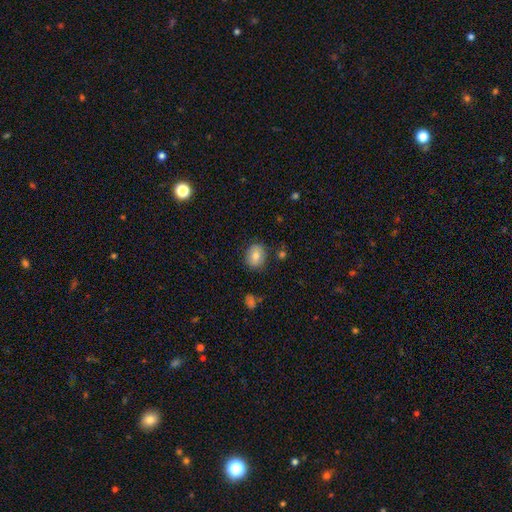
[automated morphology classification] Smooth or featured?
  - smooth: 78% *
  - featured or disk: 13%
  - star or artifact: 9%
How rounded?
  - round: 55% *
  - in between: 44%
  - cigar-shaped: 1%
Merging?
  - none: 83% *
  - minor disturbance: 12%
  - major disturbance: 3%
  - merger: 2%